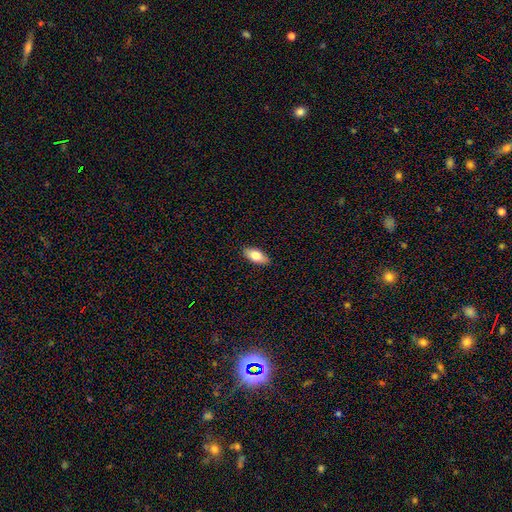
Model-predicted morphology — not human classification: type=smooth (79%); roundness=in between (86%); merging=none (89%).